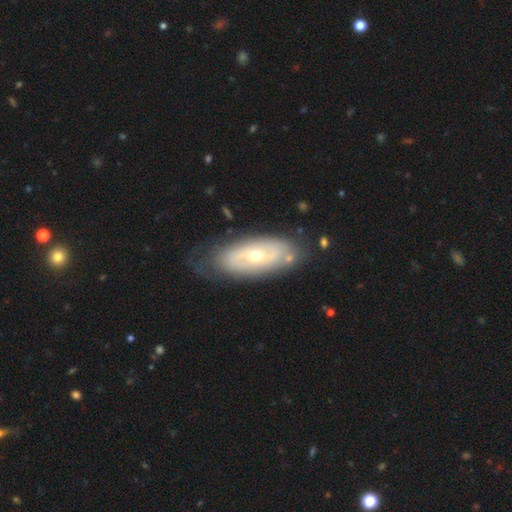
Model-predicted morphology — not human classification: A featured or disk galaxy (67%) with no bar (68%), spiral arms (56%) and a moderate central bulge (60%).

Vote fractions:
- Smooth or featured? featured or disk: 67% / smooth: 27% / star or artifact: 5%
- Edge-on disk? no: 88% / yes: 12%
- Bar? no: 68% / weak: 24% / strong: 8%
- Spiral arms? yes: 56% / no: 44%
- Bulge size? moderate: 60% / small: 35% / large: 3% / dominant: 1% / none: 1%
- Merging? none: 71% / minor disturbance: 19% / major disturbance: 6% / merger: 3%